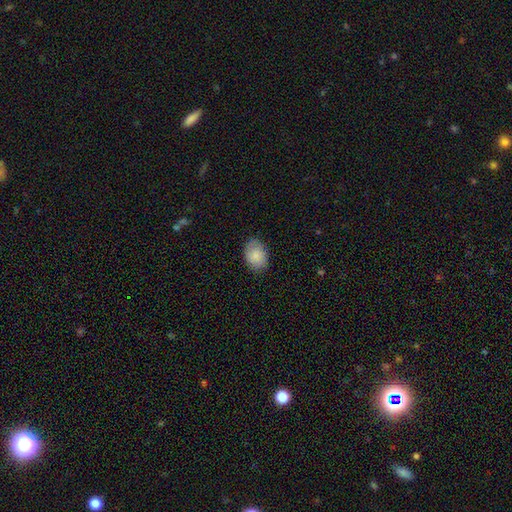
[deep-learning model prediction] A smooth galaxy with no disk features (85%) that is in between round and cigar-shaped (79%).

Vote fractions:
- Smooth or featured? smooth: 85% / featured or disk: 9% / star or artifact: 6%
- How rounded? in between: 79% / round: 20% / cigar-shaped: 1%
- Merging? none: 81% / minor disturbance: 15% / major disturbance: 3% / merger: 1%